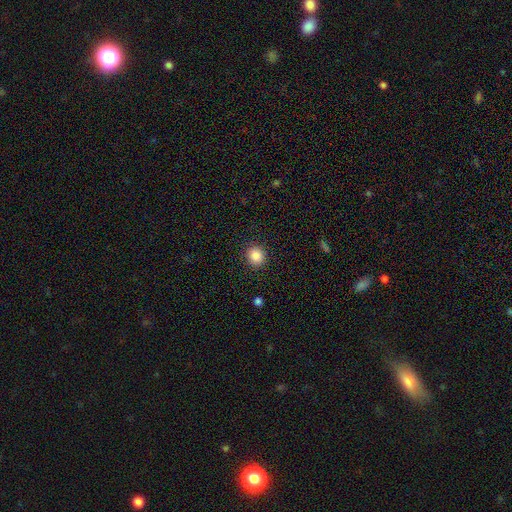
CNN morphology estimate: Smooth or featured?
  - smooth: 87% *
  - star or artifact: 10%
  - featured or disk: 4%
How rounded?
  - round: 86% *
  - in between: 13%
  - cigar-shaped: 1%
Merging?
  - none: 90% *
  - minor disturbance: 6%
  - major disturbance: 2%
  - merger: 1%